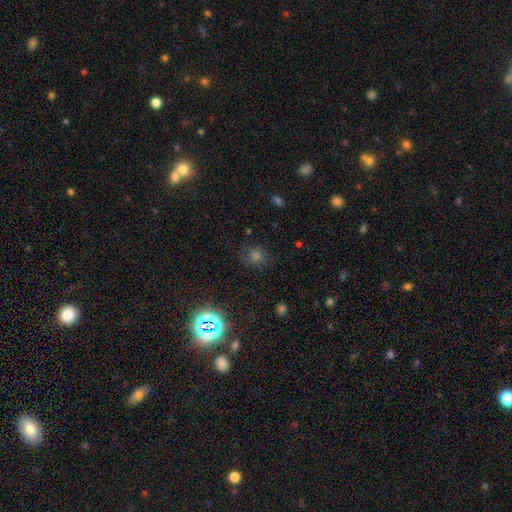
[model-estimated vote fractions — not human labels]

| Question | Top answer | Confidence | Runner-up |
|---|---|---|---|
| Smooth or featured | smooth | 51% | star or artifact (40%) |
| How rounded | round | 79% | in between (20%) |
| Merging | none | 82% | minor disturbance (12%) |